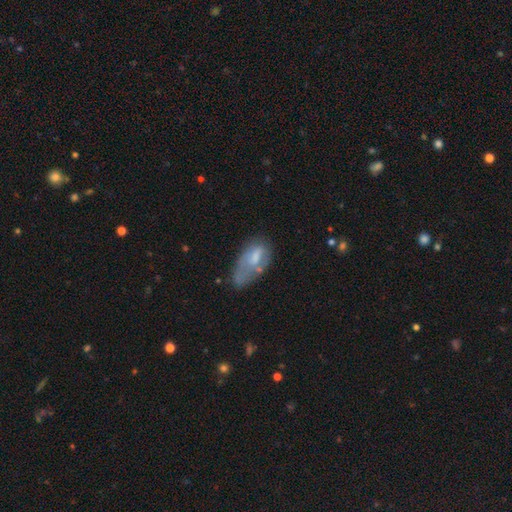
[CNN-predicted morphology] Q: Smooth or featured?
A: smooth (53%); runner-up: featured or disk (37%)
Q: How rounded?
A: in between (87%); runner-up: cigar-shaped (10%)
Q: Merging?
A: none (35%); runner-up: minor disturbance (32%)